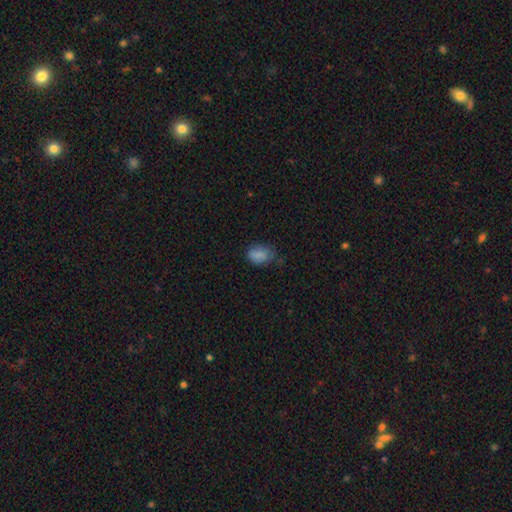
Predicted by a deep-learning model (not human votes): Smooth or featured?
  - smooth: 82% *
  - star or artifact: 11%
  - featured or disk: 6%
How rounded?
  - in between: 81% *
  - round: 17%
  - cigar-shaped: 2%
Merging?
  - none: 61% *
  - minor disturbance: 29%
  - major disturbance: 8%
  - merger: 2%